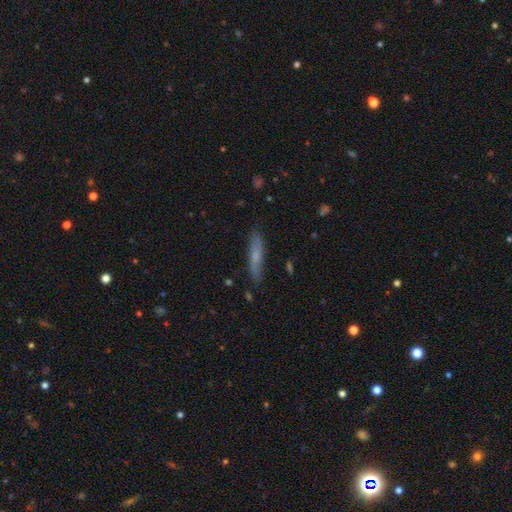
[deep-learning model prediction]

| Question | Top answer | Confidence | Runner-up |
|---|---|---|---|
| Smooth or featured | smooth | 59% | featured or disk (34%) |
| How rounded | cigar-shaped | 85% | in between (13%) |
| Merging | none | 82% | minor disturbance (13%) |